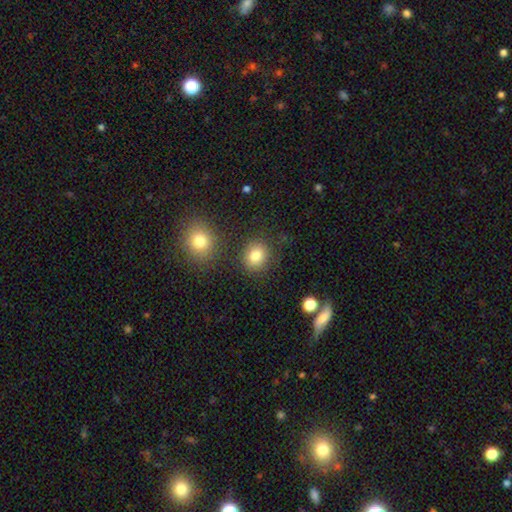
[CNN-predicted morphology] type=smooth (82%); roundness=round (78%); merging=none (83%).